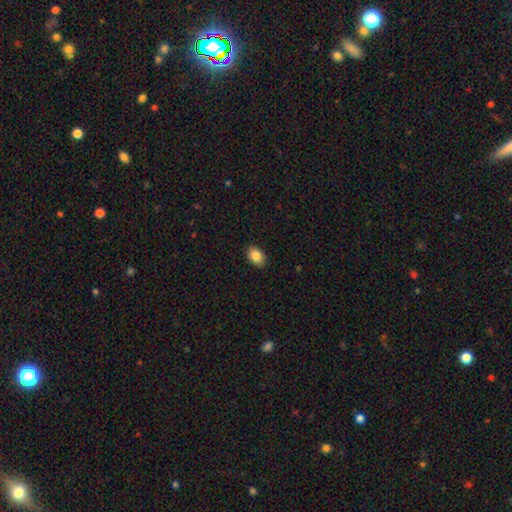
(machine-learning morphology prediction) This is clearly a smooth galaxy (86%). How rounded: clearly in between (81%). Merging: clearly none (88%).